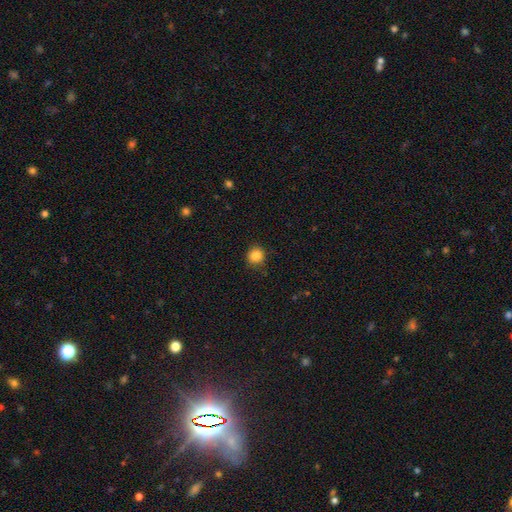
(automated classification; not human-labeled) The model was most divided on "merging": none: 83%, minor disturbance: 13%, major disturbance: 3%, merger: 1%. More confident: how rounded — round (87%); smooth or featured — smooth (86%).